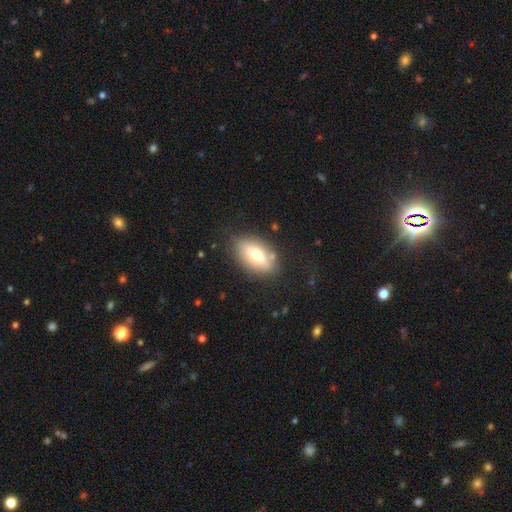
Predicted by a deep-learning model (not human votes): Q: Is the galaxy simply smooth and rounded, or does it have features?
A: smooth — 69%.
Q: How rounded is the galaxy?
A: in between — 89%.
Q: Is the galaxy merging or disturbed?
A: none — 77%.